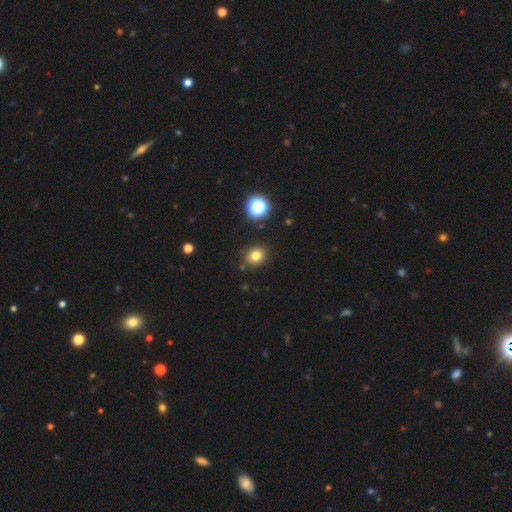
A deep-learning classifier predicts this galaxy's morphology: This appears to be a smooth galaxy with no disk features (80%) that is round (68%). Merging: none (85%).